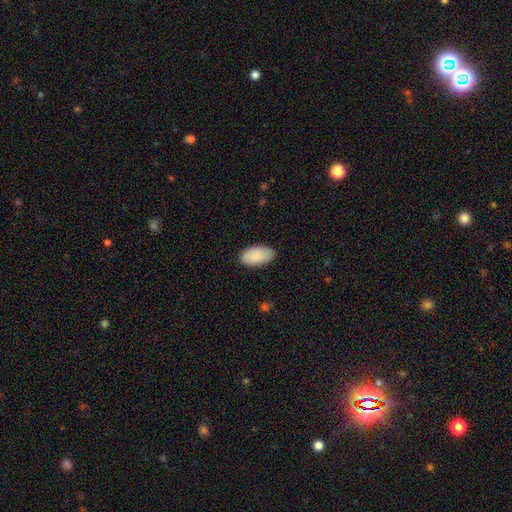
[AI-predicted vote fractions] The model was most divided on "merging": none: 86%, minor disturbance: 11%, major disturbance: 2%, merger: 1%. More confident: how rounded — in between (96%); smooth or featured — smooth (90%).